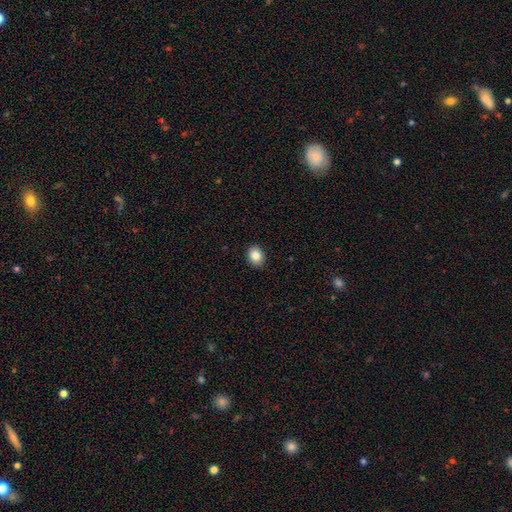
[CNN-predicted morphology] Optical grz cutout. It shows a smooth galaxy with no disk features (85%) that is in between round and cigar-shaped (51%). Merging: none (90%).